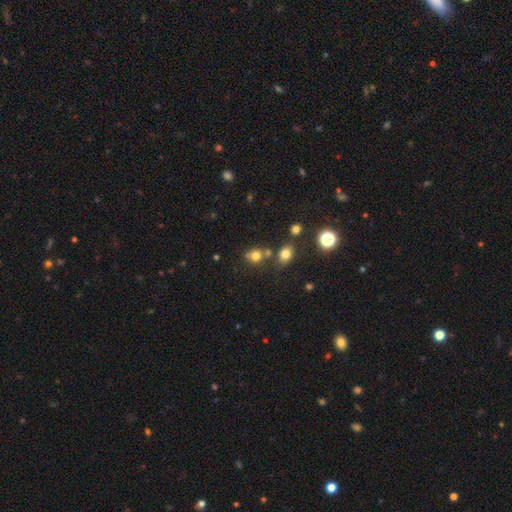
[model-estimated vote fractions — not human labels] Morphology: type=smooth (75%); roundness=round (65%); merging=none (60%).